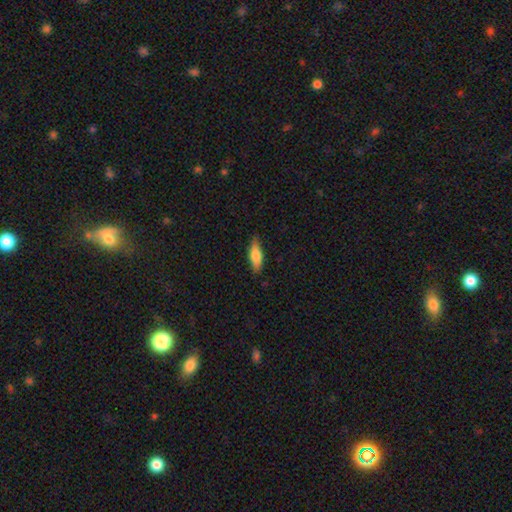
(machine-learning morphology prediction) A smooth galaxy with no disk features (77%) that is in between round and cigar-shaped (59%). Merging: none (82%).